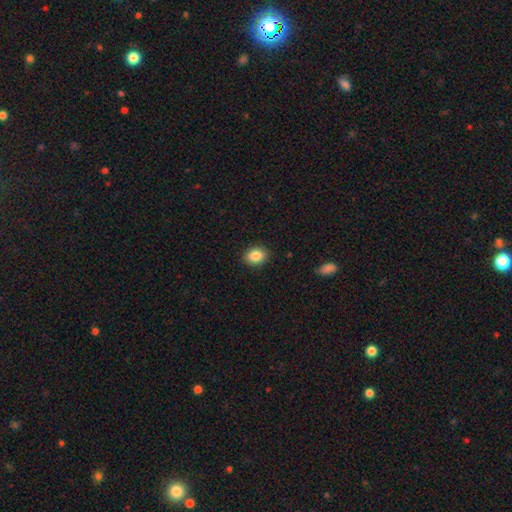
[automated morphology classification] A smooth galaxy with no disk features (86%) that is in between round and cigar-shaped (61%).

Vote fractions:
- Smooth or featured? smooth: 86% / star or artifact: 9% / featured or disk: 5%
- How rounded? in between: 61% / round: 38% / cigar-shaped: 1%
- Merging? none: 90% / minor disturbance: 7% / major disturbance: 2% / merger: 1%